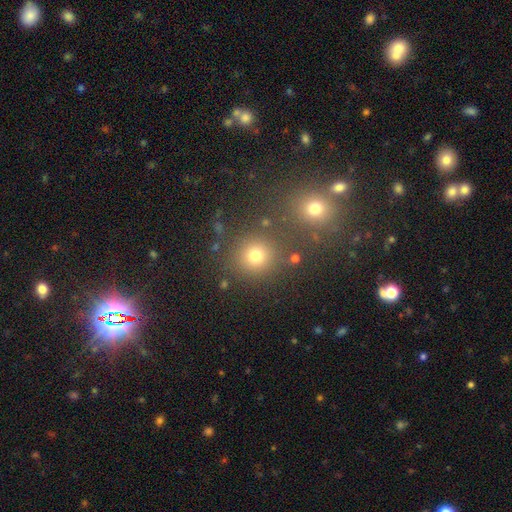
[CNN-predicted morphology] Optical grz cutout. It shows a smooth galaxy with no disk features (74%) that is round (90%). Merging: none (78%).